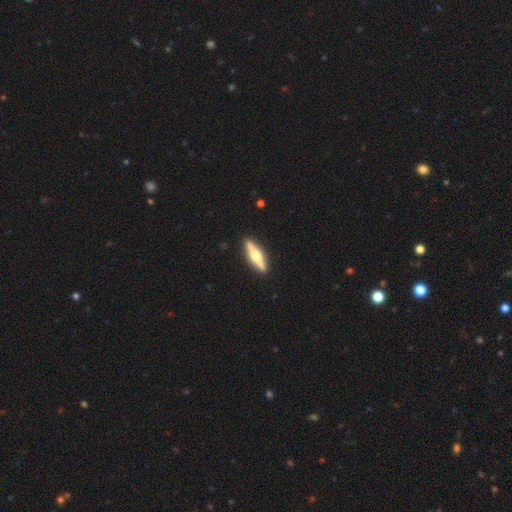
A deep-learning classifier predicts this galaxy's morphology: smooth_or_featured: featured or disk (p=0.73) [alt: smooth p=0.22]
disk_edge_on: yes (p=0.97) [alt: no p=0.03]
edge_on_bulge: rounded (p=0.94) [alt: boxy p=0.04]
merging: none (p=0.92) [alt: minor disturbance p=0.06]